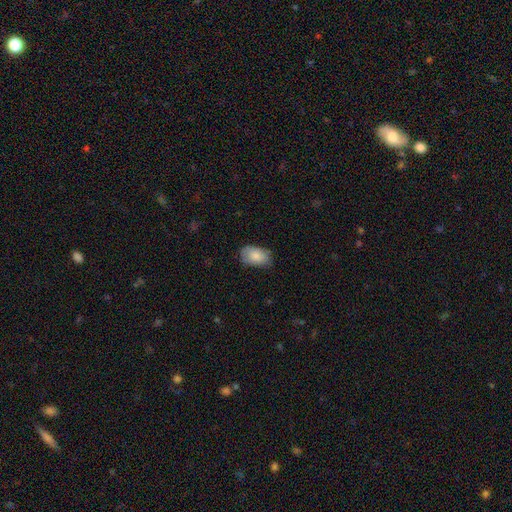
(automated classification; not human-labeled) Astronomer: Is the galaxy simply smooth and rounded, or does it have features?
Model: smooth — 83%.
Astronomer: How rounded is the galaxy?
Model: in between — 90%.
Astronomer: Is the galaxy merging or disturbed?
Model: none — 67%.